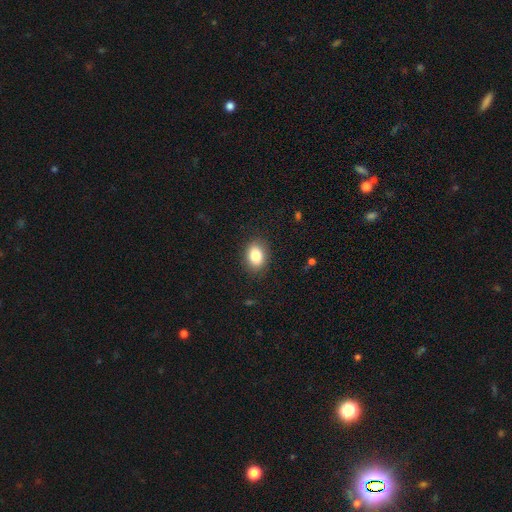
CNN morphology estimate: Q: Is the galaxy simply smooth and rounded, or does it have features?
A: smooth — 83%.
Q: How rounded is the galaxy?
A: in between — 75%.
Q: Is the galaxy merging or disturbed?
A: none — 87%.